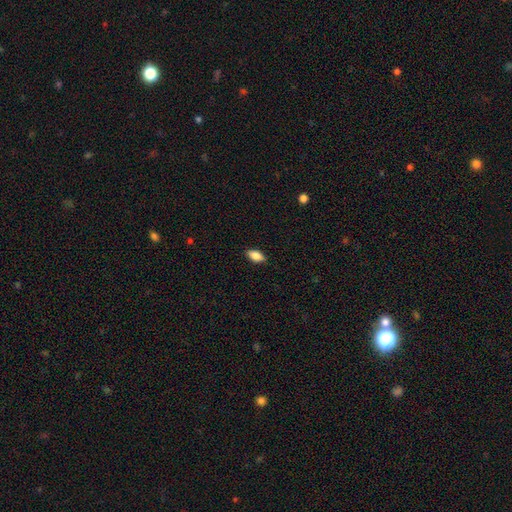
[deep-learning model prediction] Smooth or featured?
  - smooth: 83% *
  - featured or disk: 9%
  - star or artifact: 7%
How rounded?
  - in between: 89% *
  - cigar-shaped: 7%
  - round: 4%
Merging?
  - none: 86% *
  - minor disturbance: 11%
  - major disturbance: 2%
  - merger: 1%